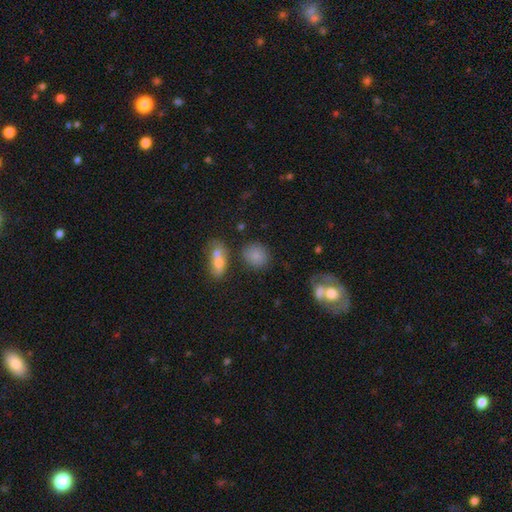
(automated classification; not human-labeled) Smooth or featured: smooth — 81% (star or artifact — 10%)
How rounded: round — 69% (in between — 29%)
Merging: none — 76% (minor disturbance — 12%)